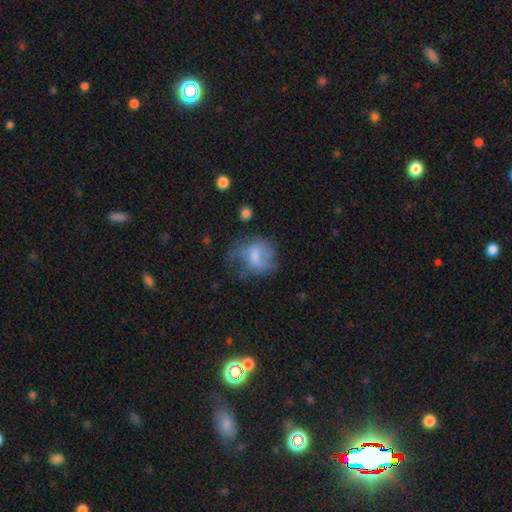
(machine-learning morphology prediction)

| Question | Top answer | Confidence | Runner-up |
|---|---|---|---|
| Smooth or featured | smooth | 50% | featured or disk (39%) |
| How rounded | round | 53% | in between (45%) |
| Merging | none | 36% | major disturbance (35%) |